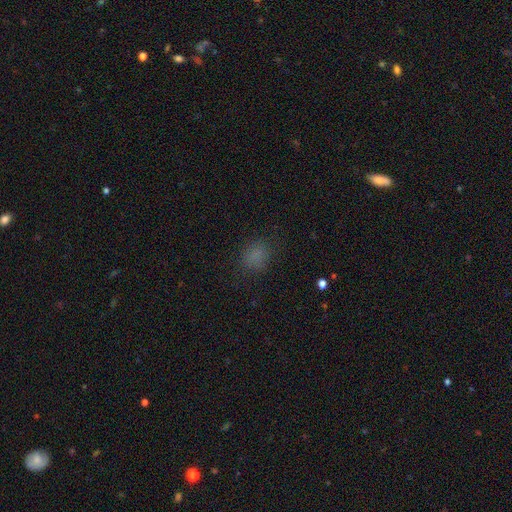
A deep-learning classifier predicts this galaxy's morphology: Smooth or featured?
  - smooth: 78% *
  - star or artifact: 17%
  - featured or disk: 5%
How rounded?
  - round: 52% *
  - in between: 46%
  - cigar-shaped: 1%
Merging?
  - none: 80% *
  - minor disturbance: 14%
  - major disturbance: 6%
  - merger: 1%